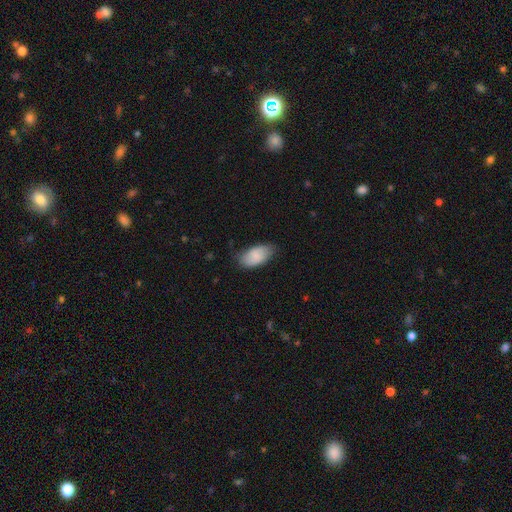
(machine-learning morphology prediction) type=smooth (85%); roundness=in between (95%); merging=none (70%).